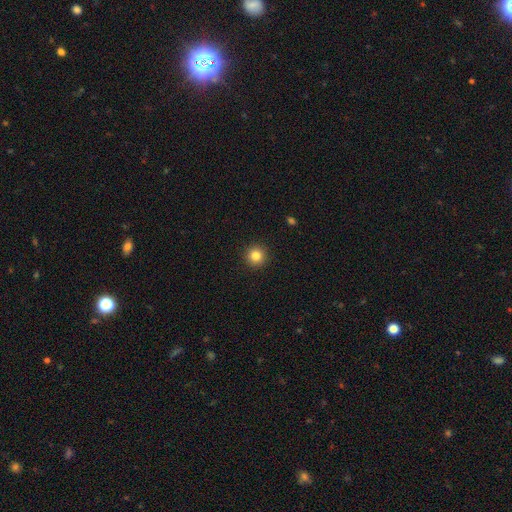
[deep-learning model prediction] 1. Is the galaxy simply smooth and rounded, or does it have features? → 84% smooth, 11% star or artifact, 5% featured or disk.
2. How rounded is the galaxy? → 96% round, 3% in between, 1% cigar-shaped.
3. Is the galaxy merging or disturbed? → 93% none, 5% minor disturbance, 2% major disturbance, 1% merger.